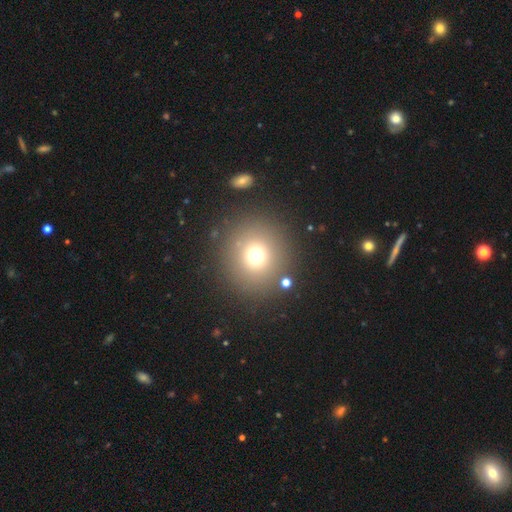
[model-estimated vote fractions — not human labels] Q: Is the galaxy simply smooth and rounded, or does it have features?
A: smooth — 70%.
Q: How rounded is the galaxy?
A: round — 93%.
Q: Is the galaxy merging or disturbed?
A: none — 84%.